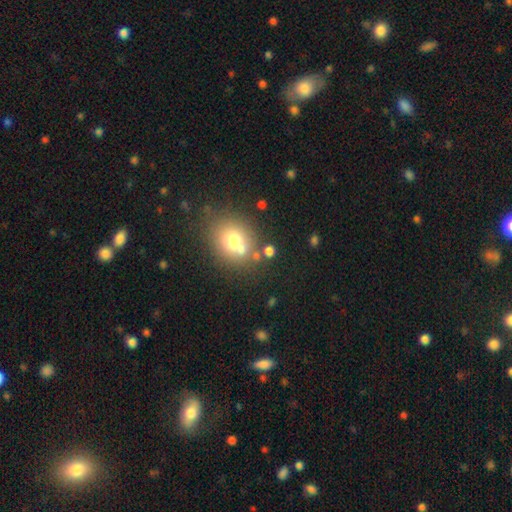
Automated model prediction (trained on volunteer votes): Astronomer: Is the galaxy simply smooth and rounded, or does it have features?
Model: smooth — 68%.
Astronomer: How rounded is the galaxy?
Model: round — 75%.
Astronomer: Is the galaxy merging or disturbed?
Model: none — 60%.